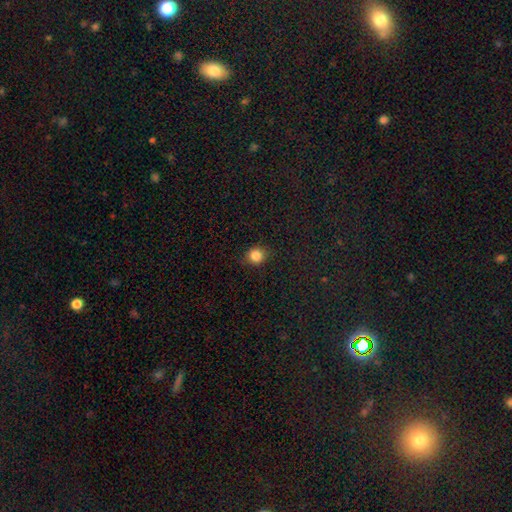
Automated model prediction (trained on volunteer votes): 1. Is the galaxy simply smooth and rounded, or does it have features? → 85% smooth, 11% star or artifact, 4% featured or disk.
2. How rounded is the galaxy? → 84% round, 15% in between, 1% cigar-shaped.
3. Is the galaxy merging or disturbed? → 85% none, 11% minor disturbance, 3% major disturbance, 1% merger.